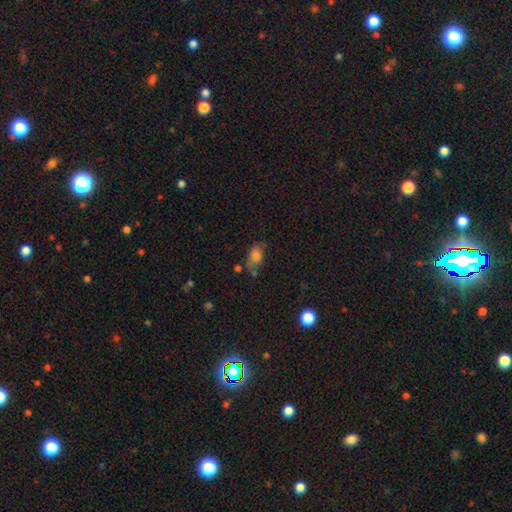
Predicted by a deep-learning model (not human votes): smooth 75%, star or artifact 13%, featured or disk 12%. Down the decision tree: how rounded — in between (83%); merging — none (52%).